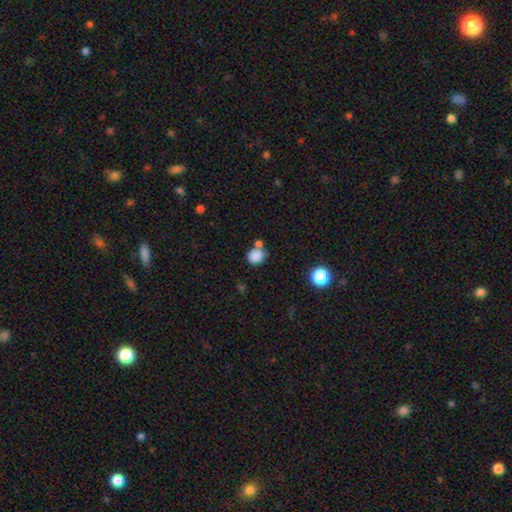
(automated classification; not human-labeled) Morphology: type=smooth (84%); roundness=round (70%); merging=none (56%).